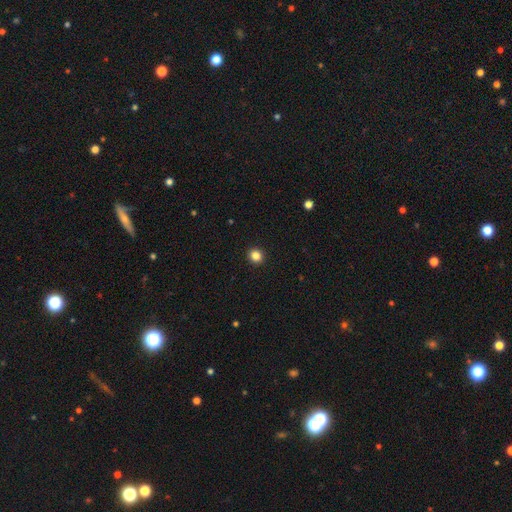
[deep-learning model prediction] Overall: smooth (85%). How rounded: round (88%). Merging: none (93%).